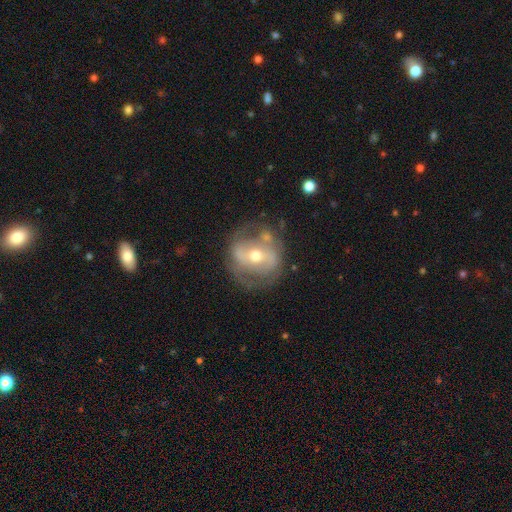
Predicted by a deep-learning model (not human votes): Smooth or featured: featured or disk — 72% (smooth — 21%)
Edge-on disk: no — 95% (yes — 5%)
Bar: strong — 39% (weak — 34%)
Spiral arms: yes — 59% (no — 41%)
Bulge size: moderate — 62% (small — 33%)
Merging: none — 64% (minor disturbance — 19%)